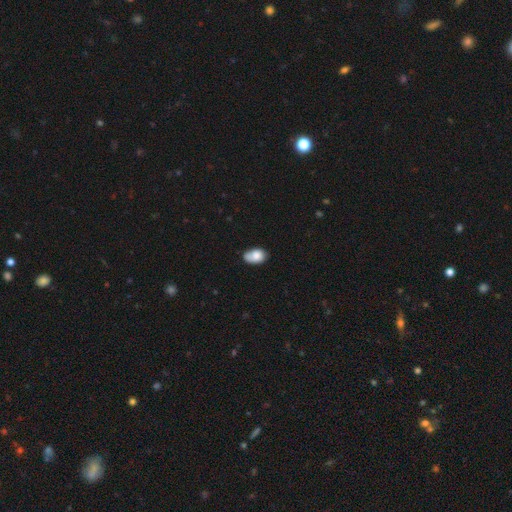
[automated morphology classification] smooth_or_featured: smooth (p=0.81) [alt: featured or disk p=0.12]
how_rounded: in between (p=0.86) [alt: round p=0.12]
merging: none (p=0.55) [alt: minor disturbance p=0.33]